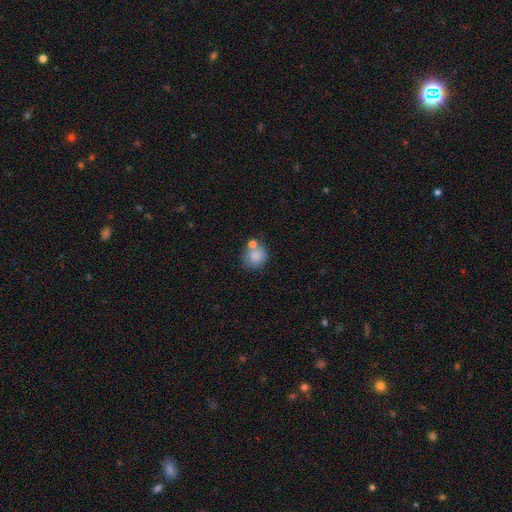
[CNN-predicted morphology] Smooth or featured?
  - smooth: 82% *
  - star or artifact: 9%
  - featured or disk: 9%
How rounded?
  - round: 81% *
  - in between: 18%
  - cigar-shaped: 1%
Merging?
  - none: 58% *
  - merger: 22%
  - minor disturbance: 15%
  - major disturbance: 5%